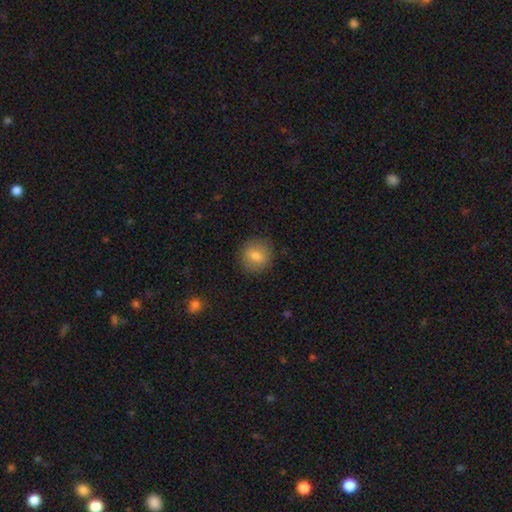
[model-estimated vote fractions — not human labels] Morphology: type=smooth (78%); roundness=round (82%); merging=none (86%).